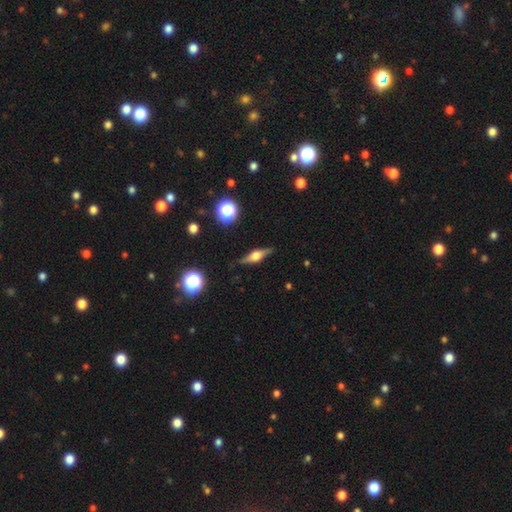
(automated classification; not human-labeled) This is likely a featured or disk galaxy (70%). It is clearly viewed edge-on (95%). Edge-on bulge: clearly rounded (91%). Merging: clearly none (86%).